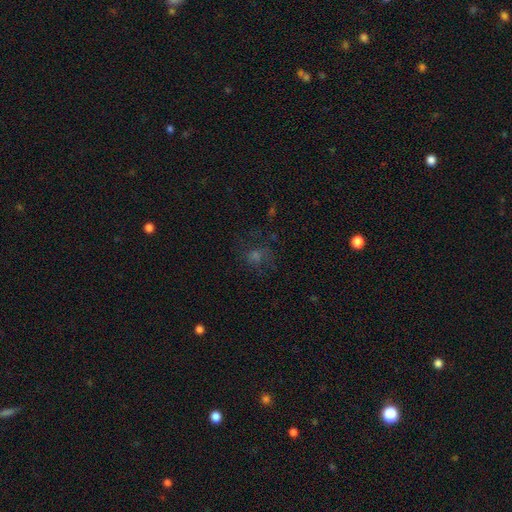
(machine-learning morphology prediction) Q: Smooth or featured?
A: smooth (37%); runner-up: star or artifact (35%)
Q: Merging?
A: none (62%); runner-up: major disturbance (19%)